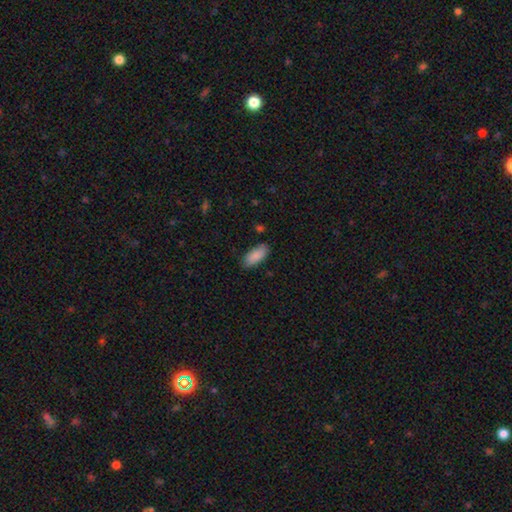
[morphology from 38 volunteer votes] Smooth or featured? smooth (89%)
How rounded? in between (94%)
Merging? none (83%)